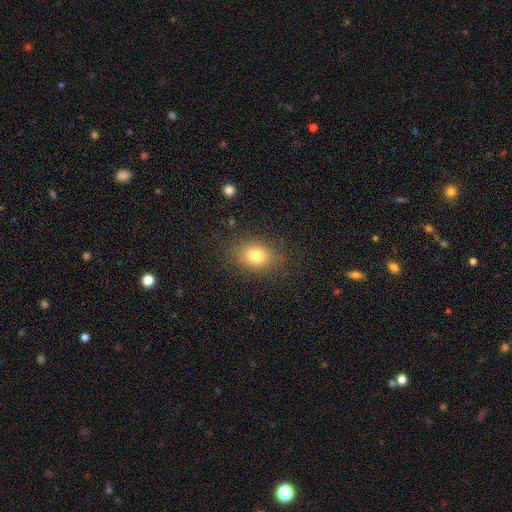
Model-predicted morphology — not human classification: Smooth or featured? smooth (79%)
How rounded? in between (62%)
Merging? none (81%)